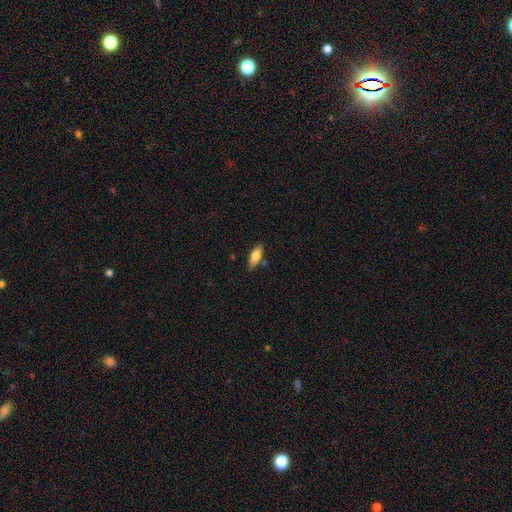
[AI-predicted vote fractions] The model was most divided on "how rounded": in between: 74%, cigar-shaped: 24%, round: 2%. More confident: smooth or featured — smooth (77%); merging — none (76%).